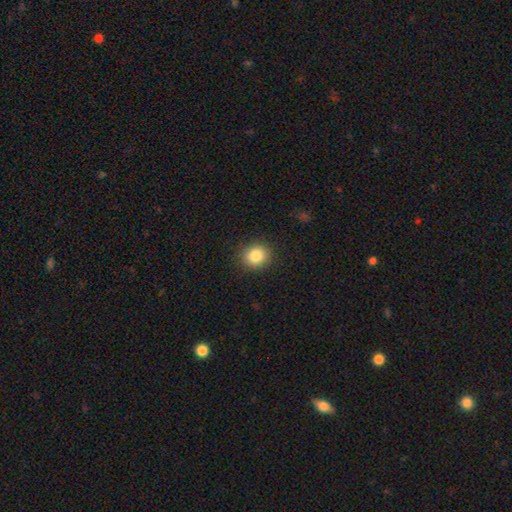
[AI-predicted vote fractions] smooth_or_featured: smooth (p=0.85) [alt: star or artifact p=0.10]
how_rounded: round (p=0.81) [alt: in between p=0.19]
merging: none (p=0.89) [alt: minor disturbance p=0.07]